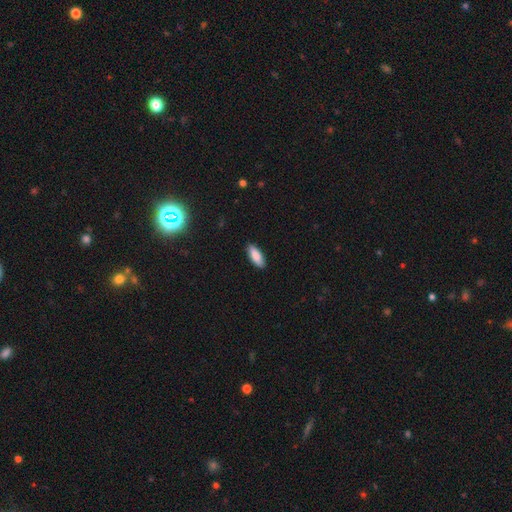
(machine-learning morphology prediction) Smooth or featured: smooth — 87% (featured or disk — 7%)
How rounded: in between — 72% (cigar-shaped — 26%)
Merging: none — 89% (minor disturbance — 8%)